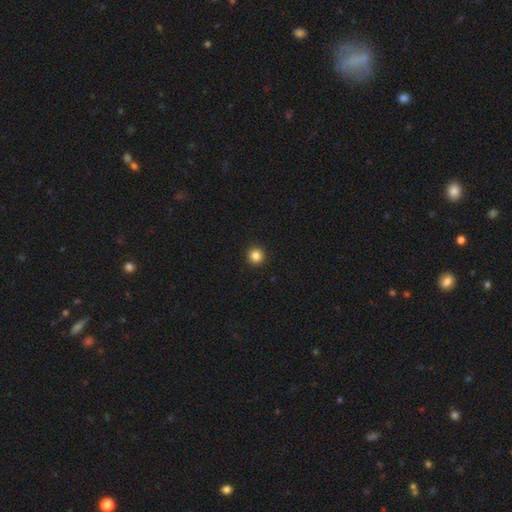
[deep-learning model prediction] The model was most divided on "smooth or featured": smooth: 85%, star or artifact: 11%, featured or disk: 4%. More confident: how rounded — round (96%); merging — none (94%).